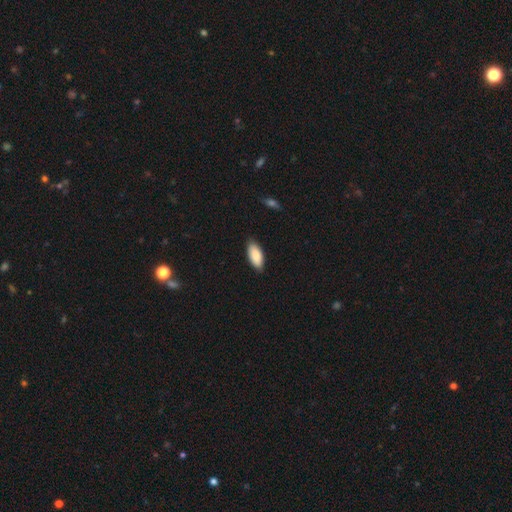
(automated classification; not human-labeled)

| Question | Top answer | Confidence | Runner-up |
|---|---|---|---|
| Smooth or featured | smooth | 88% | featured or disk (6%) |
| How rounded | in between | 88% | cigar-shaped (11%) |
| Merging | none | 85% | minor disturbance (12%) |